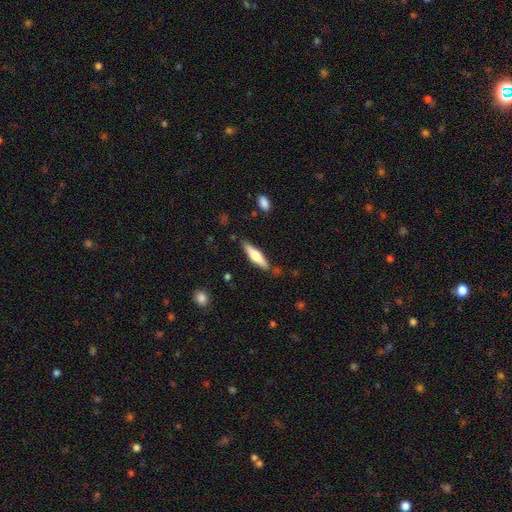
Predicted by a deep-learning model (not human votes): smooth_or_featured: smooth (p=0.48) [alt: featured or disk p=0.46]
merging: none (p=0.83) [alt: minor disturbance p=0.12]